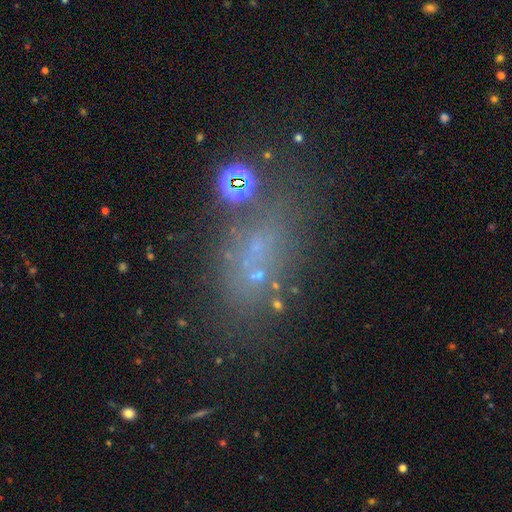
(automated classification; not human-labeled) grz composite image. It shows a star or artifact, not a galaxy (38%).